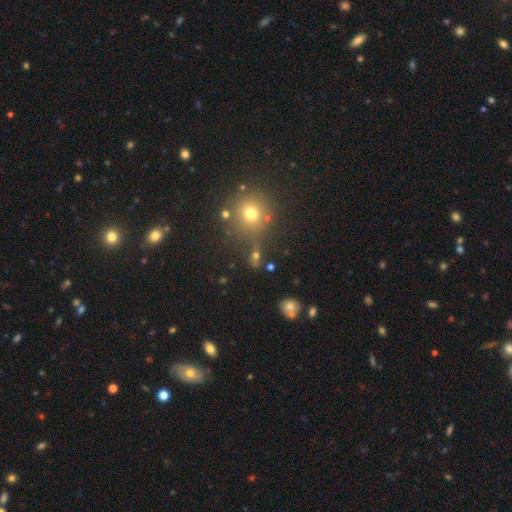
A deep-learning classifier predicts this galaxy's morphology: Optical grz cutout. It shows a smooth galaxy with no disk features (52%) that is round (72%). Merging: none (70%).